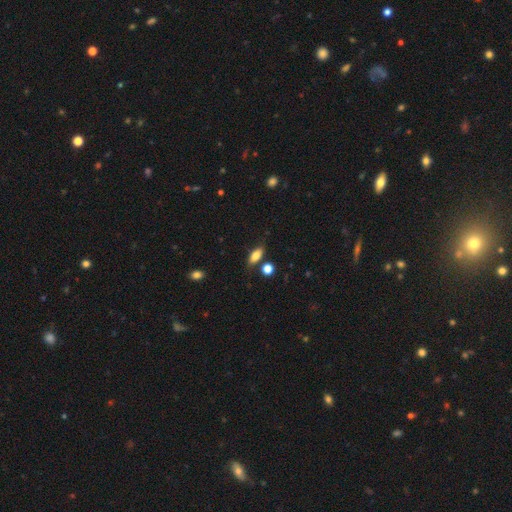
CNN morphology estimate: smooth_or_featured: smooth (p=0.79) [alt: featured or disk p=0.12]
how_rounded: in between (p=0.81) [alt: cigar-shaped p=0.13]
merging: none (p=0.75) [alt: minor disturbance p=0.15]